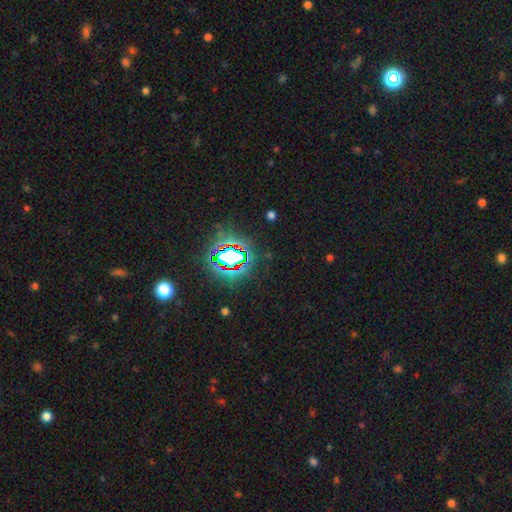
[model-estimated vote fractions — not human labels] Smooth or featured? Predicted: star or artifact (p=0.78).